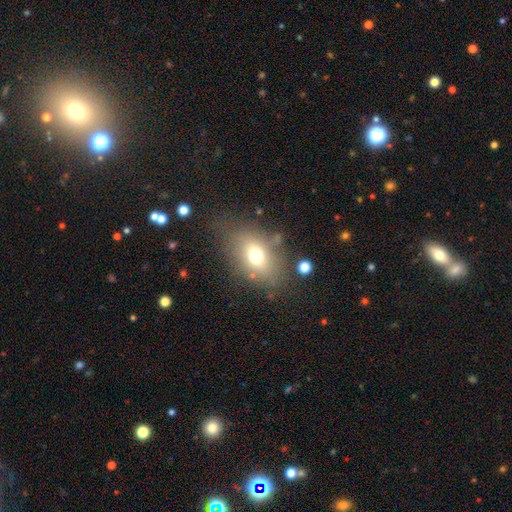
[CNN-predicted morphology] This is likely a smooth galaxy (69%). How rounded: likely in between (76%). Merging: likely none (68%).